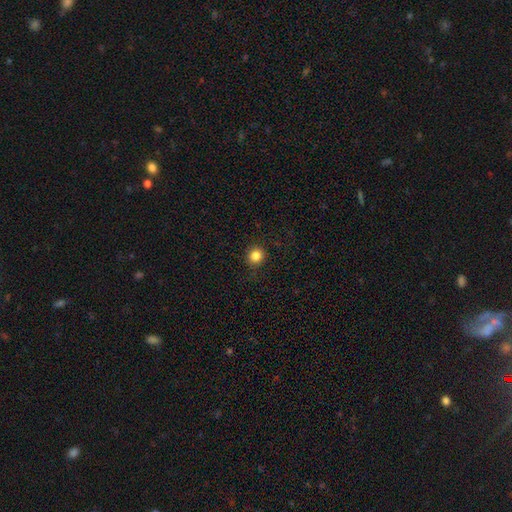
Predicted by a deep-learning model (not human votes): Smooth or featured? smooth (84%)
How rounded? round (93%)
Merging? none (90%)